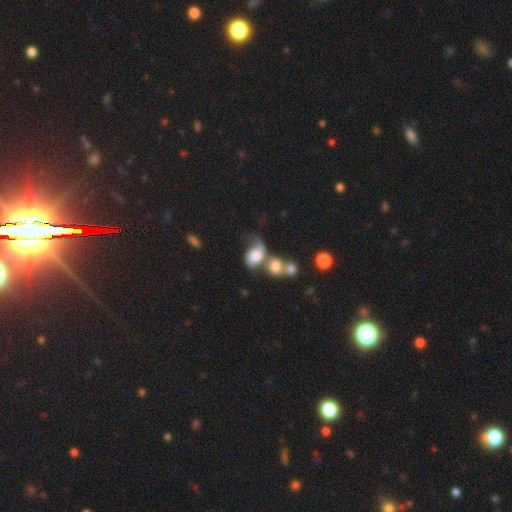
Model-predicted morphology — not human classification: The model was most divided on "smooth or featured": smooth: 52%, featured or disk: 38%, star or artifact: 9%. More confident: how rounded — in between (68%); merging — merger (53%).